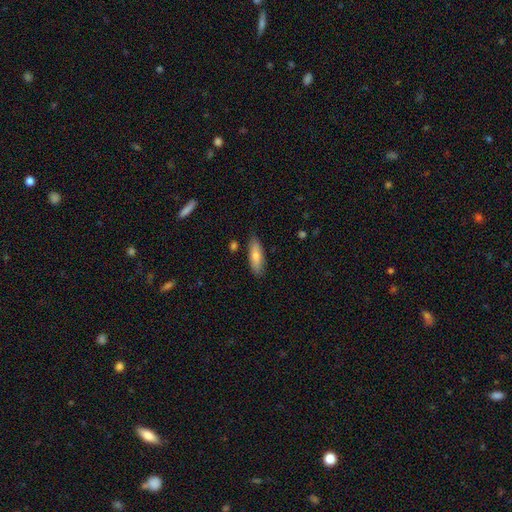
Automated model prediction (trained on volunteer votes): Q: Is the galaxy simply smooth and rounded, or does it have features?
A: smooth — 73%.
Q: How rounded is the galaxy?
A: in between — 56%.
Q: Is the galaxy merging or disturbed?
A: none — 82%.